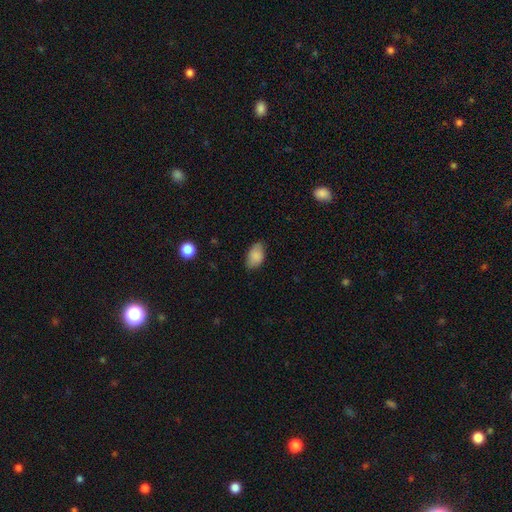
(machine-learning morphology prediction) A smooth galaxy with no disk features (86%) that is in between round and cigar-shaped (91%).

Vote fractions:
- Smooth or featured? smooth: 86% / star or artifact: 8% / featured or disk: 7%
- How rounded? in between: 91% / round: 8% / cigar-shaped: 2%
- Merging? none: 74% / minor disturbance: 21% / major disturbance: 4% / merger: 1%